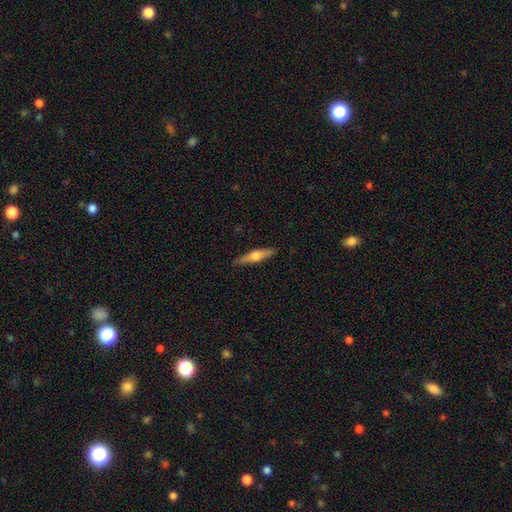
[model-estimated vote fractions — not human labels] This appears to be a featured or disk galaxy (53%) viewed edge-on (94%). Merging: none (89%).